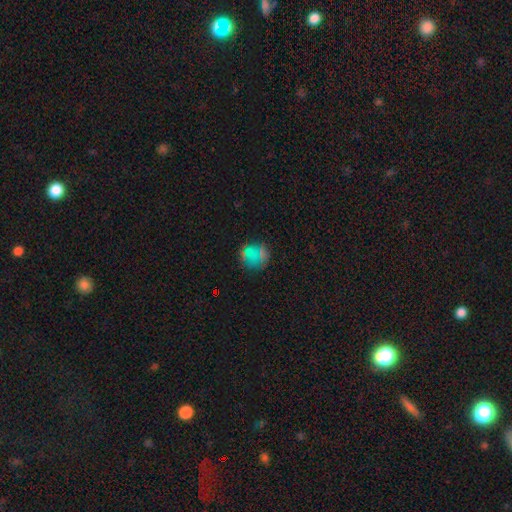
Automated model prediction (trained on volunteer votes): Q: Smooth or featured?
A: smooth (53%); runner-up: star or artifact (26%)
Q: How rounded?
A: round (83%); runner-up: in between (16%)
Q: Merging?
A: none (66%); runner-up: minor disturbance (17%)